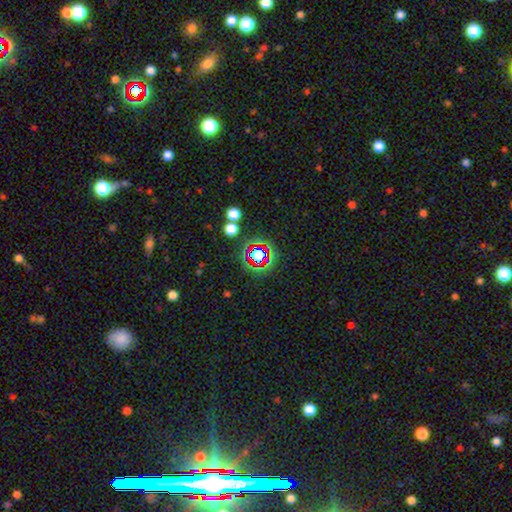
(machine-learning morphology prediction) Smooth or featured? Predicted: star or artifact (p=0.60).